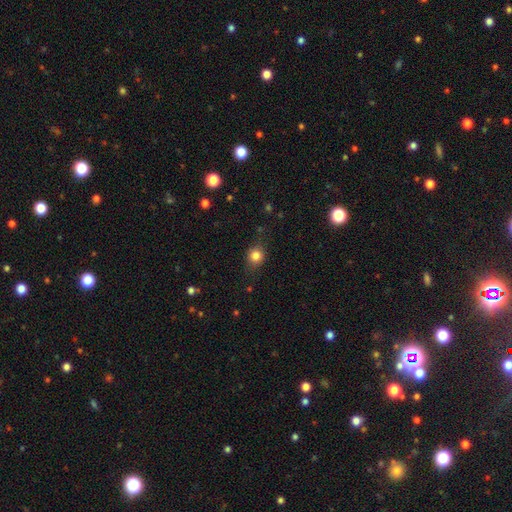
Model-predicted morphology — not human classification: smooth 81%, star or artifact 12%, featured or disk 7%. Down the decision tree: how rounded — round (77%); merging — none (79%).